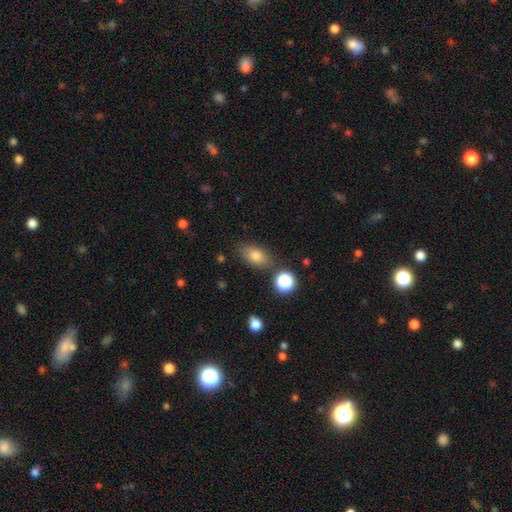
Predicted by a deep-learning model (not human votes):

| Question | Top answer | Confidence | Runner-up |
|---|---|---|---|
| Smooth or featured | smooth | 77% | featured or disk (12%) |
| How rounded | in between | 83% | round (13%) |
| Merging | none | 80% | minor disturbance (13%) |